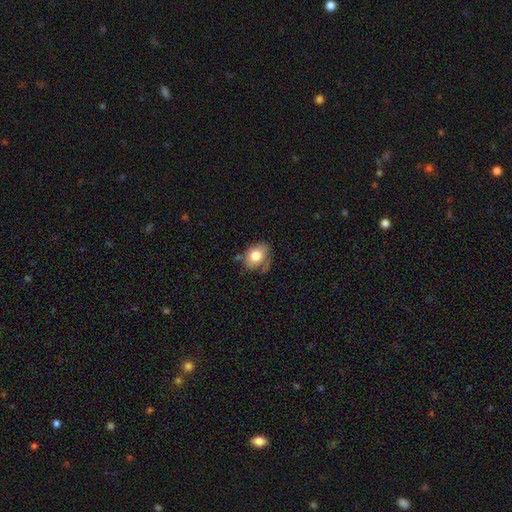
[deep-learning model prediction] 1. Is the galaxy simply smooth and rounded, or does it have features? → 78% smooth, 14% featured or disk, 8% star or artifact.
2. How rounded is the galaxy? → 65% in between, 34% round, 1% cigar-shaped.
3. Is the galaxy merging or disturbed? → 61% none, 26% minor disturbance, 8% major disturbance, 5% merger.